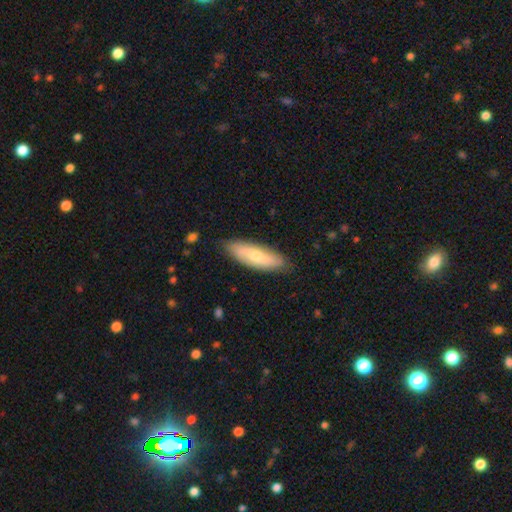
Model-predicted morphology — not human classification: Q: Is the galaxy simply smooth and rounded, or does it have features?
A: smooth — 57%.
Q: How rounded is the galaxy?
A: in between — 54%.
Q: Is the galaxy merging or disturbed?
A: none — 85%.